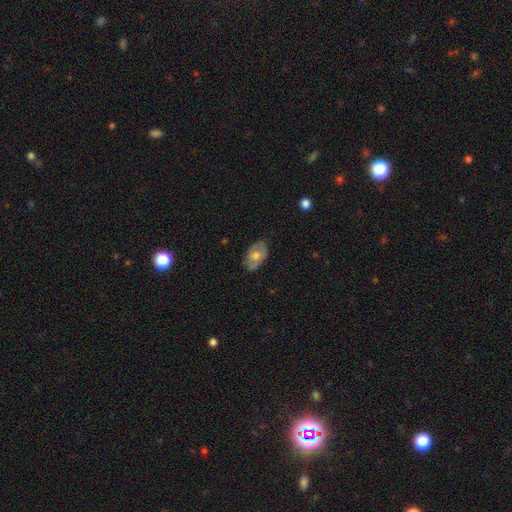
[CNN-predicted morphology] type=smooth (57%); roundness=in between (90%); merging=none (76%).